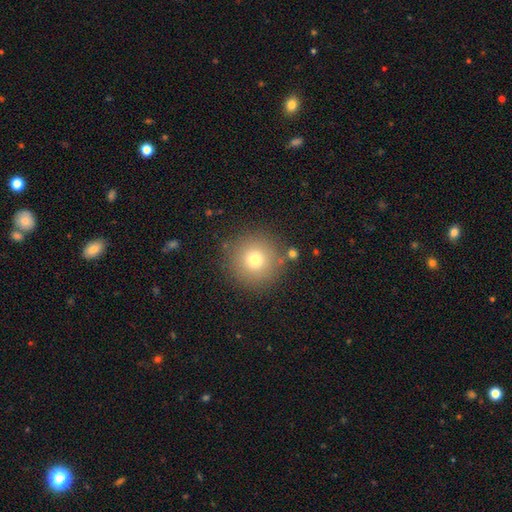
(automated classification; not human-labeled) smooth 74%, star or artifact 14%, featured or disk 12%. Down the decision tree: how rounded — round (96%); merging — none (86%).